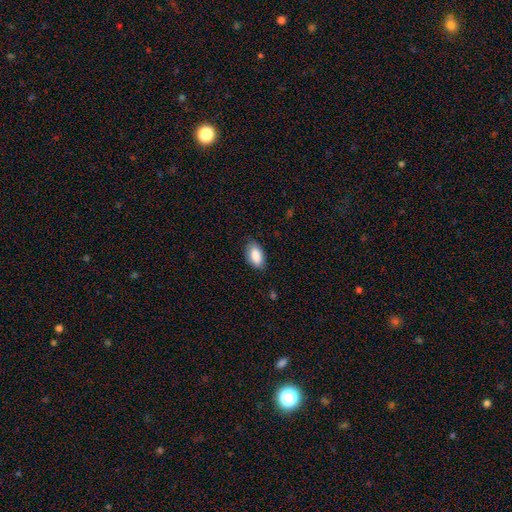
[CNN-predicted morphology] The model was most divided on "merging": none: 78%, minor disturbance: 18%, major disturbance: 3%, merger: 1%. More confident: how rounded — in between (93%); smooth or featured — smooth (86%).